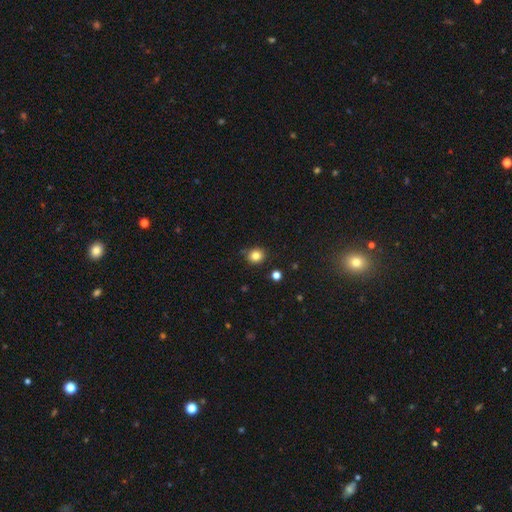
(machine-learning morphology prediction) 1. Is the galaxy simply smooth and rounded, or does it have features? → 83% smooth, 12% star or artifact, 5% featured or disk.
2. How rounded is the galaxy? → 85% round, 14% in between, 1% cigar-shaped.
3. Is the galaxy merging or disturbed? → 81% none, 13% minor disturbance, 3% merger, 3% major disturbance.